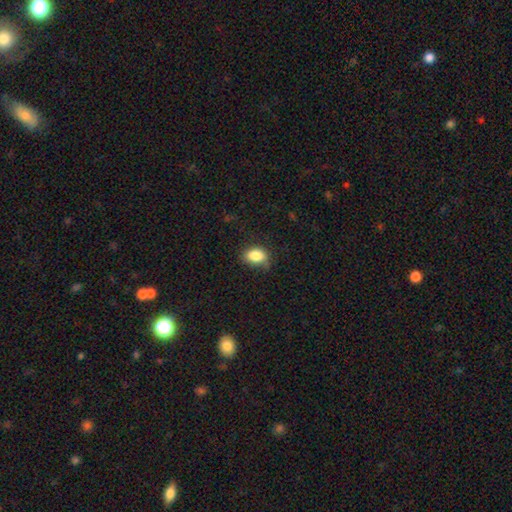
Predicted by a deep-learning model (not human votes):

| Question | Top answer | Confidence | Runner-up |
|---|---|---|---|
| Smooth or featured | smooth | 86% | star or artifact (9%) |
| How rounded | in between | 79% | round (19%) |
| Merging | none | 70% | minor disturbance (23%) |